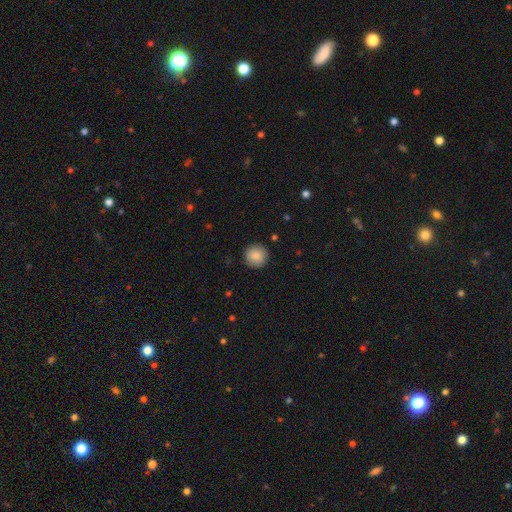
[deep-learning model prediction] Q: Smooth or featured?
A: smooth (86%); runner-up: star or artifact (8%)
Q: How rounded?
A: round (94%); runner-up: in between (5%)
Q: Merging?
A: none (91%); runner-up: minor disturbance (6%)